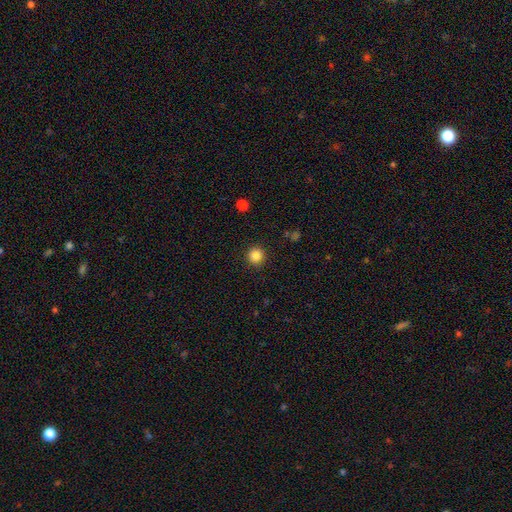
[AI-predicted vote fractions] The model was most divided on "smooth or featured": smooth: 85%, star or artifact: 11%, featured or disk: 4%. More confident: how rounded — round (93%); merging — none (91%).